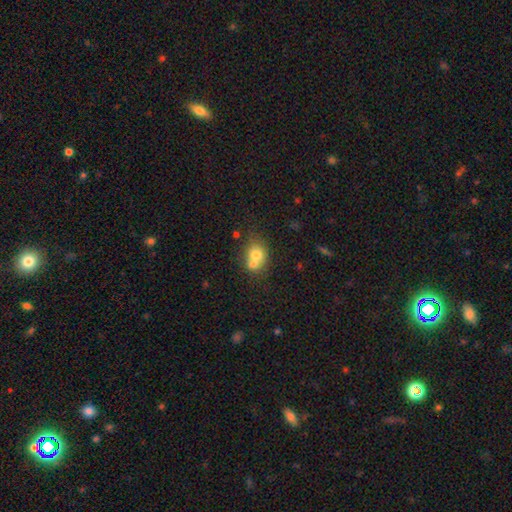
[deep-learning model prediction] This appears to be a smooth galaxy with no disk features (71%) that is round (63%). Merging: merger (54%).